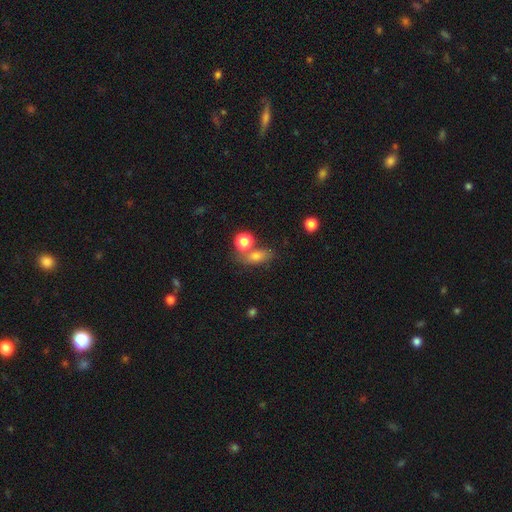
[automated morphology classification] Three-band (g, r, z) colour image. It shows a smooth galaxy with no disk features (72%) that is in between round and cigar-shaped (68%). Merging: none (55%).